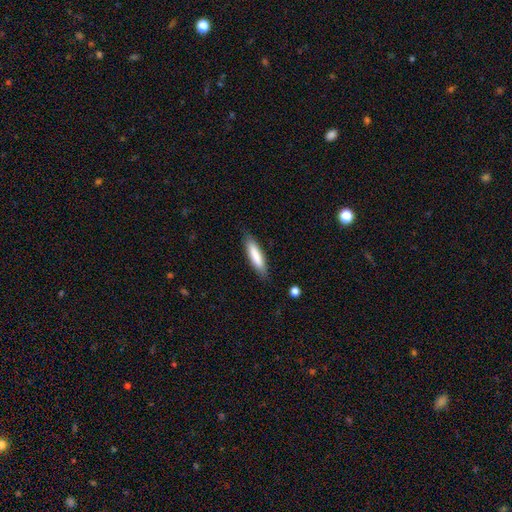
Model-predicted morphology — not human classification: Smooth or featured: smooth — 81% (featured or disk — 14%)
How rounded: cigar-shaped — 75% (in between — 23%)
Merging: none — 84% (minor disturbance — 12%)